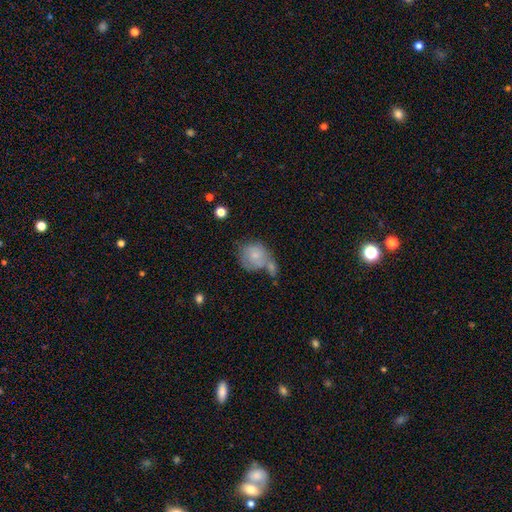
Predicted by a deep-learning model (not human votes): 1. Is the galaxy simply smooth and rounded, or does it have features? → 63% smooth, 29% featured or disk, 8% star or artifact.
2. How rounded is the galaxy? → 67% round, 32% in between, 1% cigar-shaped.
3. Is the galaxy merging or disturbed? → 44% merger, 26% none, 17% minor disturbance, 13% major disturbance.